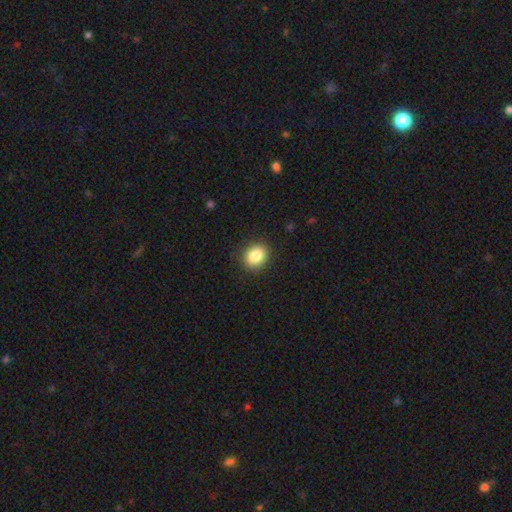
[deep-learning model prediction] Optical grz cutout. It shows a smooth galaxy with no disk features (86%) that is round (60%). Merging: none (89%).